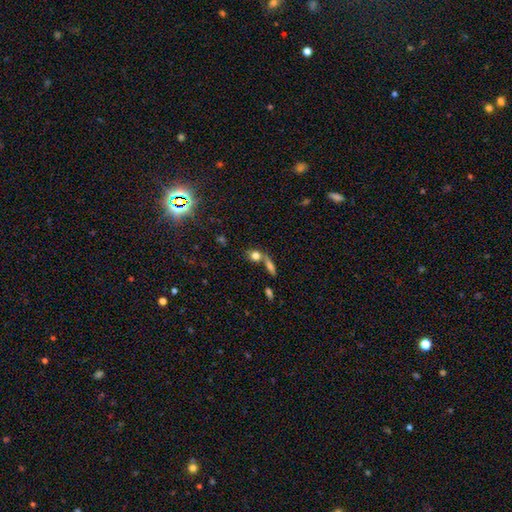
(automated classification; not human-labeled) A smooth galaxy with no disk features (71%) that is round (56%). Merging: none (49%).